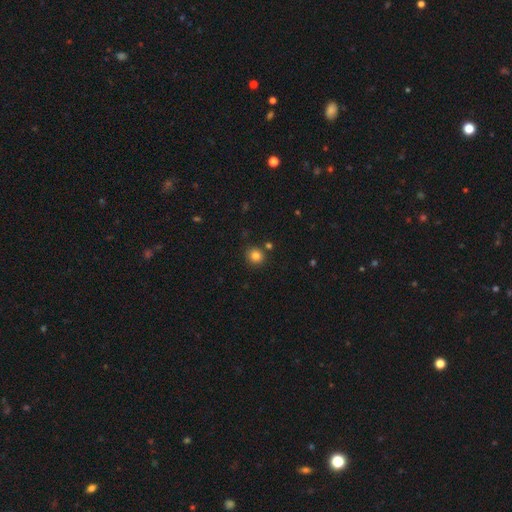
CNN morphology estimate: smooth_or_featured: smooth (p=0.83) [alt: star or artifact p=0.11]
how_rounded: round (p=0.87) [alt: in between p=0.12]
merging: none (p=0.82) [alt: minor disturbance p=0.09]